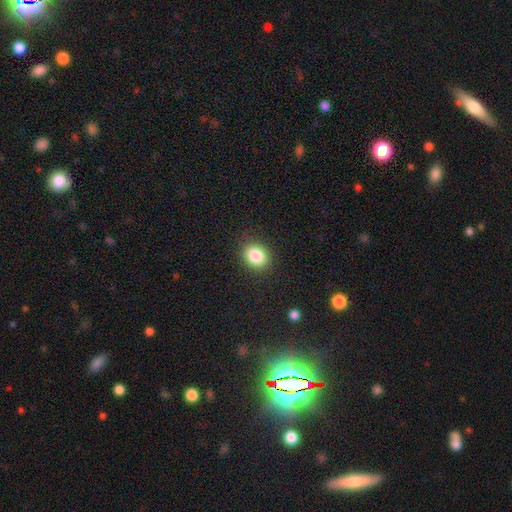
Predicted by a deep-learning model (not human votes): Overall: smooth (85%). How rounded: round (53%; in between 46%). Merging: none (87%).